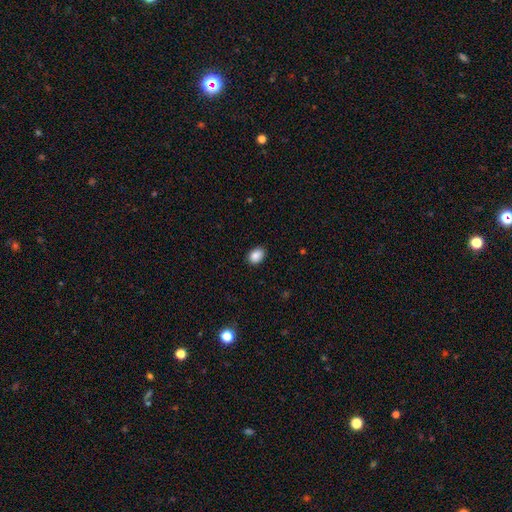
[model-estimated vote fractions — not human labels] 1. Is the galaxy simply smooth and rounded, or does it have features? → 88% smooth, 9% star or artifact, 4% featured or disk.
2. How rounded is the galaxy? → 71% in between, 28% round, 1% cigar-shaped.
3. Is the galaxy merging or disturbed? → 86% none, 11% minor disturbance, 2% major disturbance, 1% merger.